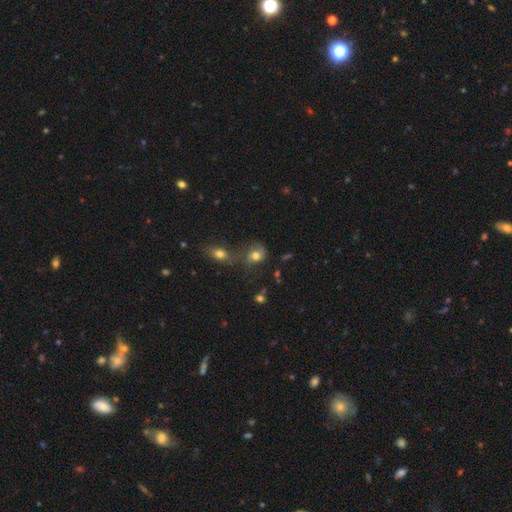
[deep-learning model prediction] Smooth or featured? Predicted: smooth (p=0.61). How rounded? Predicted: round (p=0.49, tied with in between). Merging? Predicted: none (p=0.38).